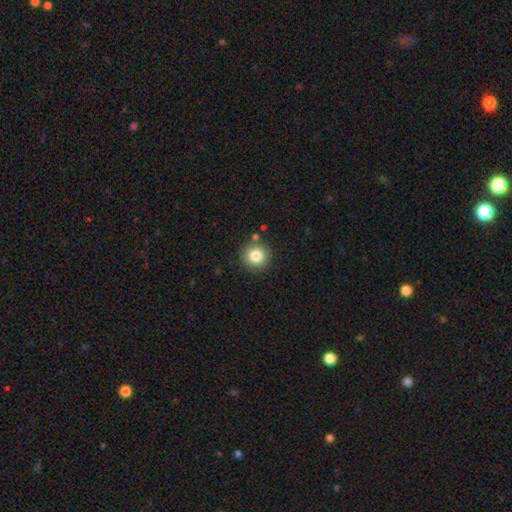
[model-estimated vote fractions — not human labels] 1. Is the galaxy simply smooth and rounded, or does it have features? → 81% smooth, 11% star or artifact, 8% featured or disk.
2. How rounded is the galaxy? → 94% round, 5% in between, 1% cigar-shaped.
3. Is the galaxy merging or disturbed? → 86% none, 8% minor disturbance, 4% merger, 2% major disturbance.